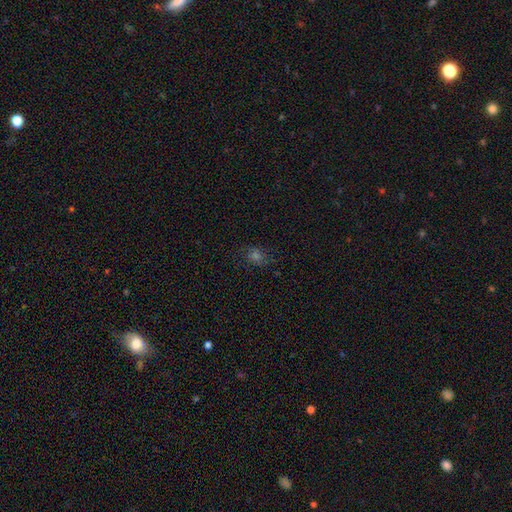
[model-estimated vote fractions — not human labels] Overall: smooth (45%; star or artifact 32%). Merging: none (73%).